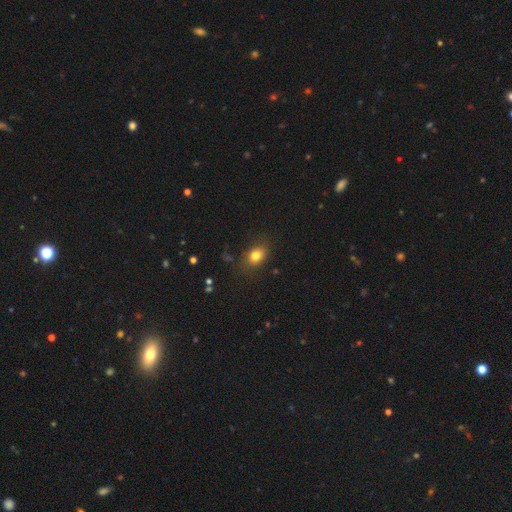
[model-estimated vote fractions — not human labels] The model was most divided on "how rounded": in between: 67%, round: 31%, cigar-shaped: 2%. More confident: smooth or featured — smooth (80%); merging — none (77%).